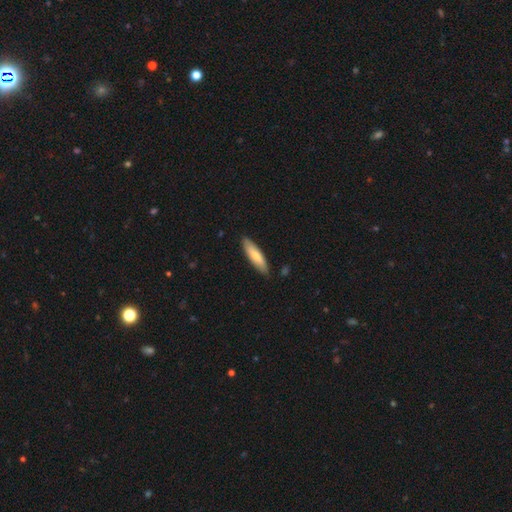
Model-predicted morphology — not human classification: A smooth galaxy with no disk features (72%) that is cigar-shaped (66%). Merging: none (87%).